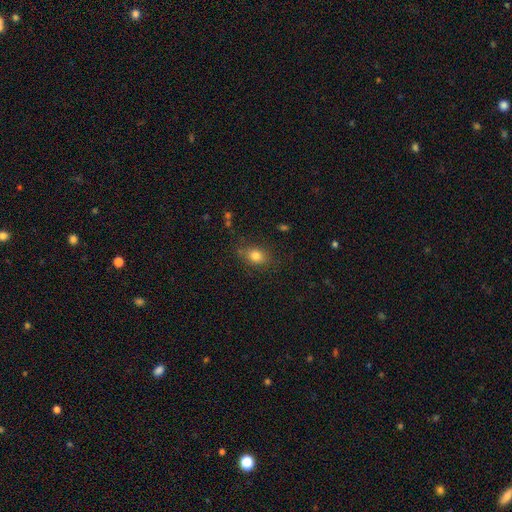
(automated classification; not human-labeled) A smooth galaxy with no disk features (81%) that is in between round and cigar-shaped (61%).

Vote fractions:
- Smooth or featured? smooth: 81% / star or artifact: 11% / featured or disk: 8%
- How rounded? in between: 61% / round: 38% / cigar-shaped: 2%
- Merging? none: 78% / minor disturbance: 15% / major disturbance: 5% / merger: 2%